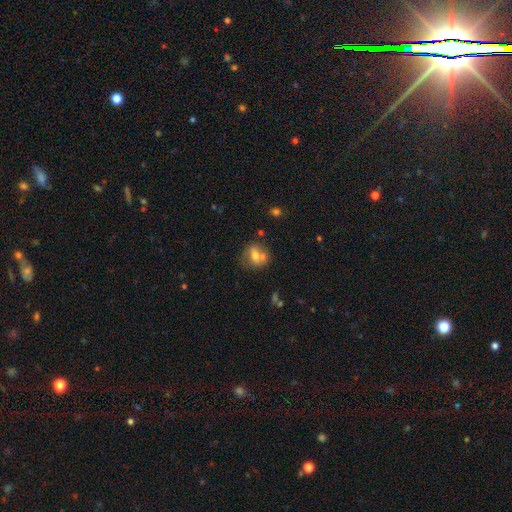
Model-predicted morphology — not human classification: Smooth or featured: smooth — 63% (featured or disk — 27%)
How rounded: round — 58% (in between — 40%)
Merging: none — 47% (merger — 33%)